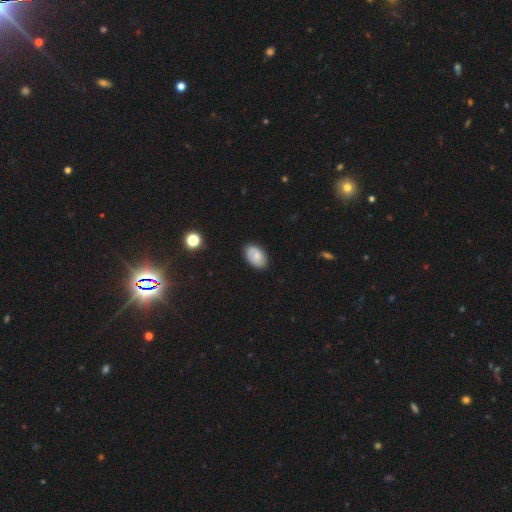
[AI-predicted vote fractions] smooth-or-featured: smooth: 73% | featured or disk: 19% | star or artifact: 8%
  how-rounded: in between: 90% | round: 8% | cigar-shaped: 1%
  merging: none: 85% | minor disturbance: 12% | major disturbance: 2% | merger: 1%